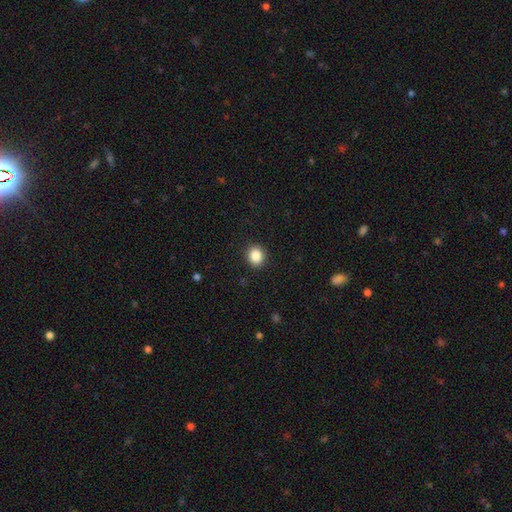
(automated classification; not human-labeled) smooth-or-featured: smooth: 86% | star or artifact: 10% | featured or disk: 4%
  how-rounded: round: 79% | in between: 20% | cigar-shaped: 1%
  merging: none: 91% | minor disturbance: 6% | major disturbance: 2% | merger: 1%